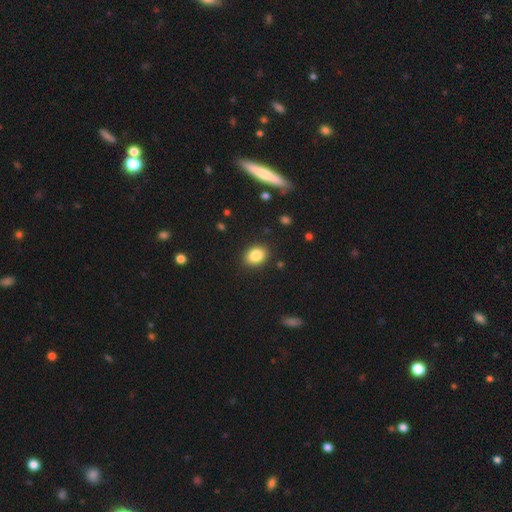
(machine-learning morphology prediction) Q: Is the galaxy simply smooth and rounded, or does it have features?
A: smooth — 85%.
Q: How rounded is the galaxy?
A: in between — 61%.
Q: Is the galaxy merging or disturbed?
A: none — 88%.